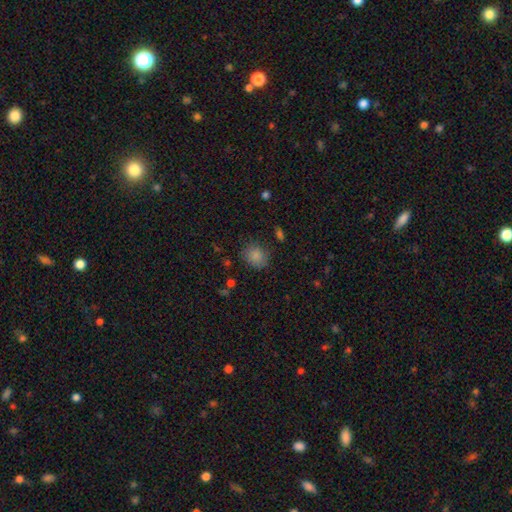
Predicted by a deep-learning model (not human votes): Smooth or featured? Predicted: smooth (p=0.84). How rounded? Predicted: round (p=0.71). Merging? Predicted: none (p=0.78).